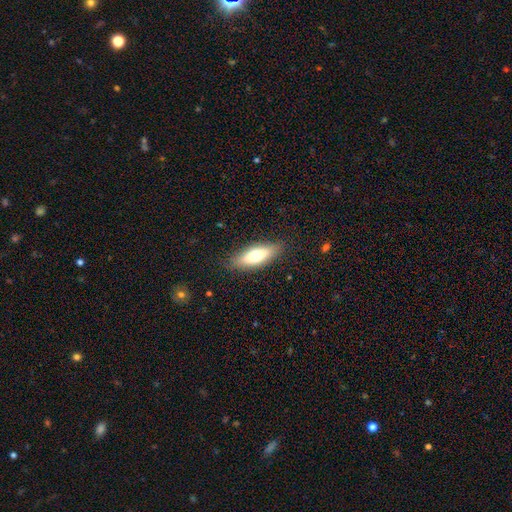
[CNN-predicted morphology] type=smooth (65%); roundness=in between (63%); merging=none (85%).